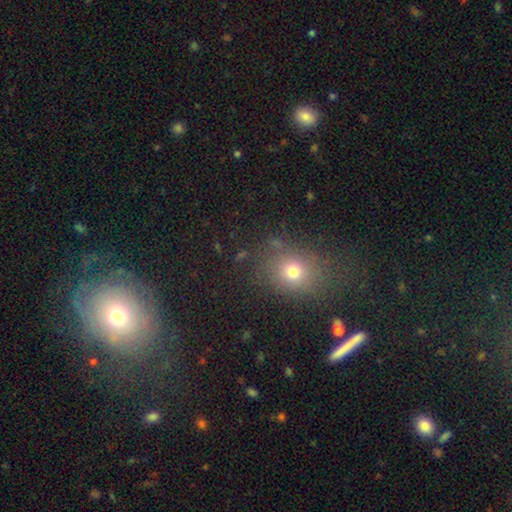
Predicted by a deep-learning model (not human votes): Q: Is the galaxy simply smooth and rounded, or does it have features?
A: smooth — 50%.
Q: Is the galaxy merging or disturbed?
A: none — 77%.